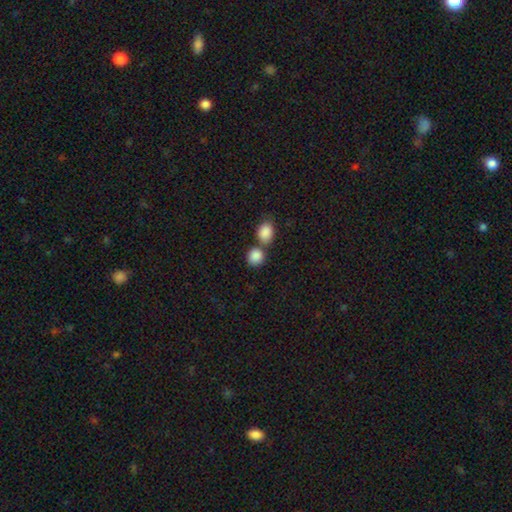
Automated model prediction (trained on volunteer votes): The model was most divided on "merging": none: 50%, merger: 40%, minor disturbance: 7%, major disturbance: 3%. More confident: smooth or featured — smooth (87%); how rounded — round (76%).